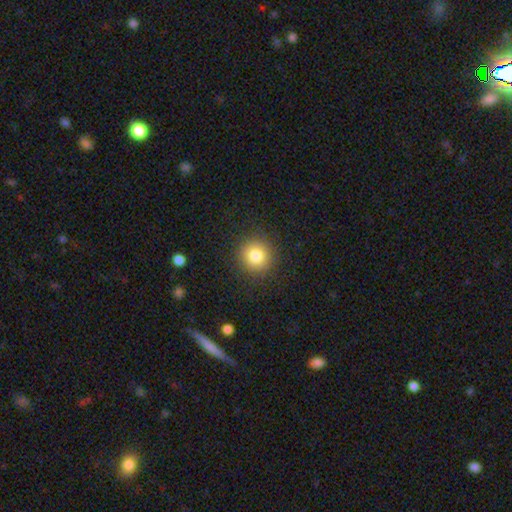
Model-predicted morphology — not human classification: Smooth or featured? smooth (82%)
How rounded? round (94%)
Merging? none (90%)